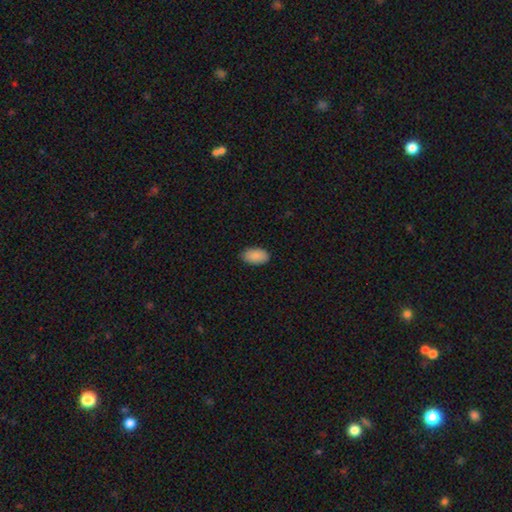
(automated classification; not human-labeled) smooth 90%, star or artifact 6%, featured or disk 4%. Down the decision tree: how rounded — in between (94%); merging — none (86%).